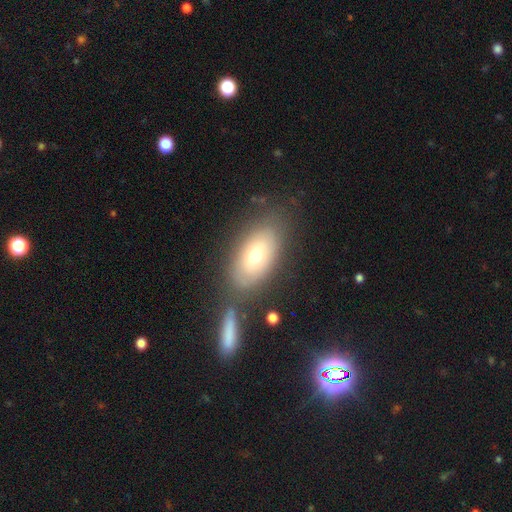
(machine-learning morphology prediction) type=smooth (67%); roundness=in between (89%); merging=none (66%).